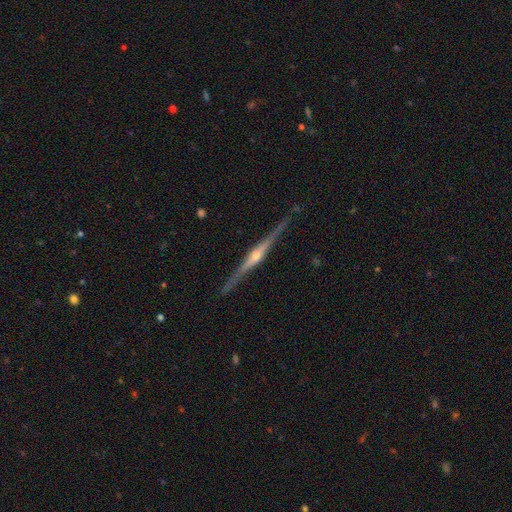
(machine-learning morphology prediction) Q: Smooth or featured?
A: featured or disk (87%); runner-up: smooth (8%)
Q: Edge-on disk?
A: yes (98%); runner-up: no (2%)
Q: Edge-on bulge?
A: rounded (88%); runner-up: boxy (7%)
Q: Merging?
A: none (89%); runner-up: minor disturbance (8%)